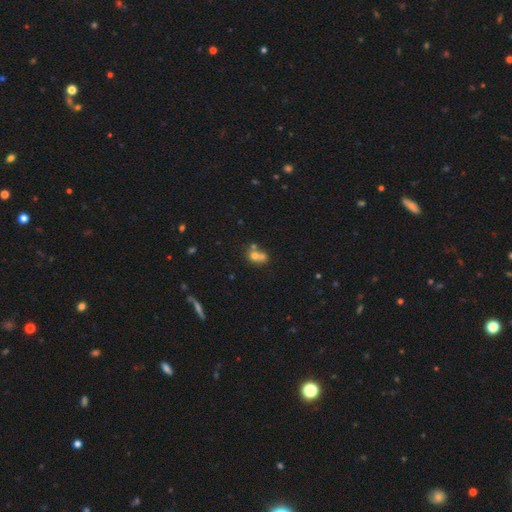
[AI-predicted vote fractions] Smooth or featured?
  - smooth: 63% *
  - featured or disk: 23%
  - star or artifact: 14%
How rounded?
  - round: 58% *
  - in between: 41%
  - cigar-shaped: 2%
Merging?
  - merger: 57% *
  - none: 28%
  - minor disturbance: 9%
  - major disturbance: 5%